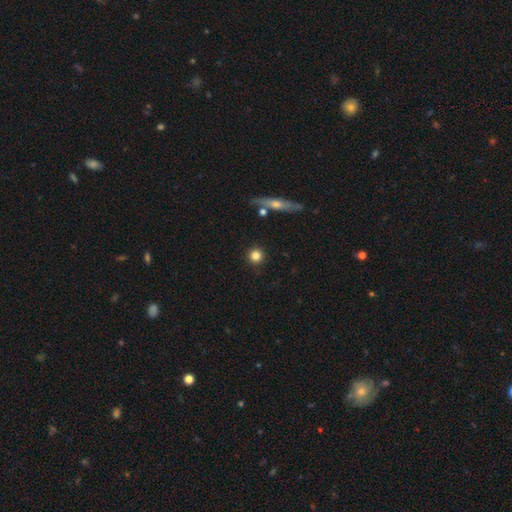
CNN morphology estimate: Q: Smooth or featured?
A: smooth (82%); runner-up: star or artifact (10%)
Q: How rounded?
A: round (94%); runner-up: in between (4%)
Q: Merging?
A: none (88%); runner-up: minor disturbance (7%)